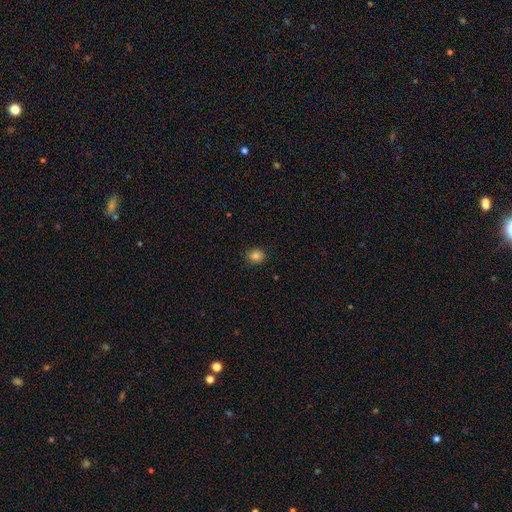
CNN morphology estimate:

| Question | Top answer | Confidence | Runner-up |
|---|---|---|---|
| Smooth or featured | smooth | 83% | star or artifact (11%) |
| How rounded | round | 72% | in between (27%) |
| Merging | none | 88% | minor disturbance (9%) |